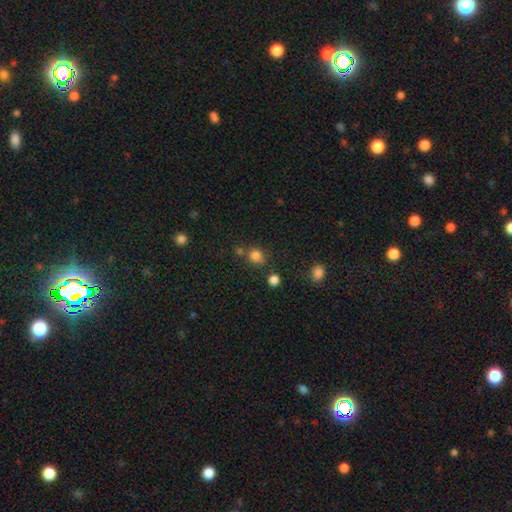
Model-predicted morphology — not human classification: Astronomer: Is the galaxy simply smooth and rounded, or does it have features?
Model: smooth — 80%.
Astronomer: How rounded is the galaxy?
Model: round — 79%.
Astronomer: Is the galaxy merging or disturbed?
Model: none — 70%.